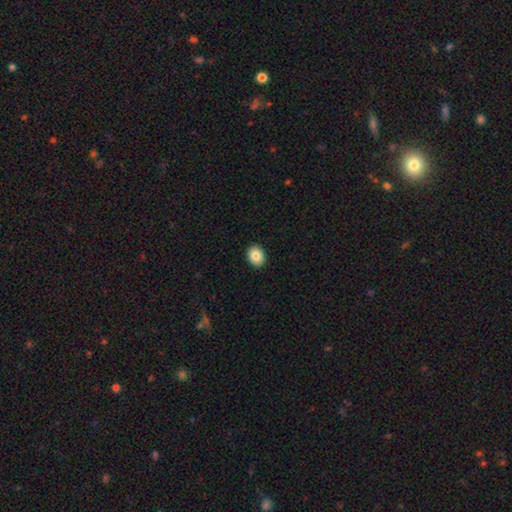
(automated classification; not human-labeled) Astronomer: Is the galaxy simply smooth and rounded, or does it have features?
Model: smooth — 85%.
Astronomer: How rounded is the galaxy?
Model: in between — 52% (runner-up: round, 47%).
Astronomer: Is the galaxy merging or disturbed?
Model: none — 92%.